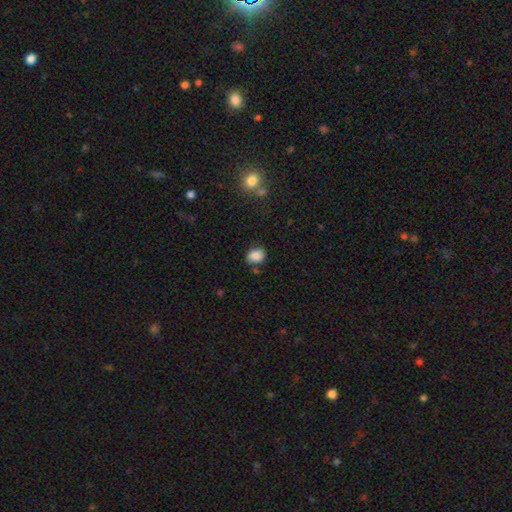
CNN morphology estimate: smooth-or-featured: smooth: 84% | star or artifact: 9% | featured or disk: 7%
  how-rounded: in between: 55% | round: 44% | cigar-shaped: 1%
  merging: none: 76% | minor disturbance: 16% | merger: 5% | major disturbance: 3%